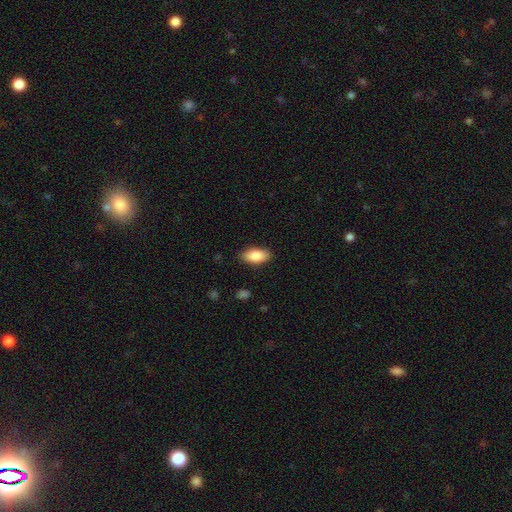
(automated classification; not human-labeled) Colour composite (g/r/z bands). It shows a smooth galaxy with no disk features (86%) that is in between round and cigar-shaped (90%). Merging: none (87%).